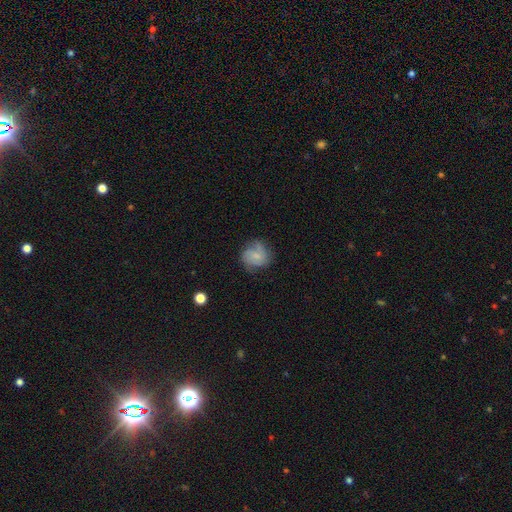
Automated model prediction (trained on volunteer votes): Smooth or featured?
  - smooth: 48% *
  - featured or disk: 43%
  - star or artifact: 8%
Merging?
  - none: 61% *
  - minor disturbance: 26%
  - major disturbance: 11%
  - merger: 2%